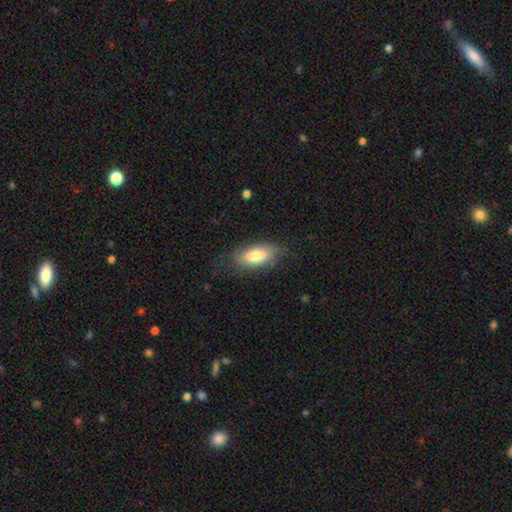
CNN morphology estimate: A smooth galaxy with no disk features (77%) that is in between round and cigar-shaped (84%).

Vote fractions:
- Smooth or featured? smooth: 77% / featured or disk: 17% / star or artifact: 7%
- How rounded? in between: 84% / cigar-shaped: 13% / round: 3%
- Merging? none: 70% / minor disturbance: 21% / major disturbance: 7% / merger: 1%